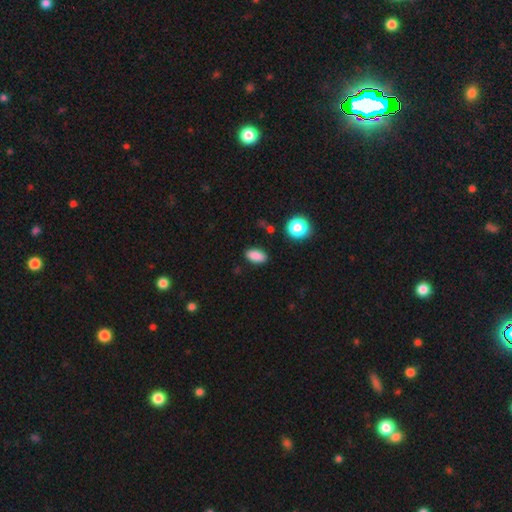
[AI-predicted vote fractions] smooth-or-featured: smooth: 86% | star or artifact: 10% | featured or disk: 4%
  how-rounded: in between: 89% | round: 6% | cigar-shaped: 5%
  merging: none: 87% | minor disturbance: 9% | major disturbance: 2% | merger: 2%